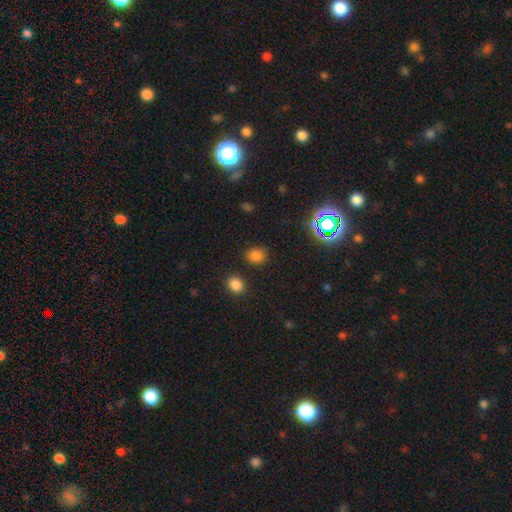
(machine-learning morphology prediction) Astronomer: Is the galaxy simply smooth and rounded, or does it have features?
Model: smooth — 78%.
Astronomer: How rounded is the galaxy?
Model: round — 65%.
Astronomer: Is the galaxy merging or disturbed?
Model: none — 83%.